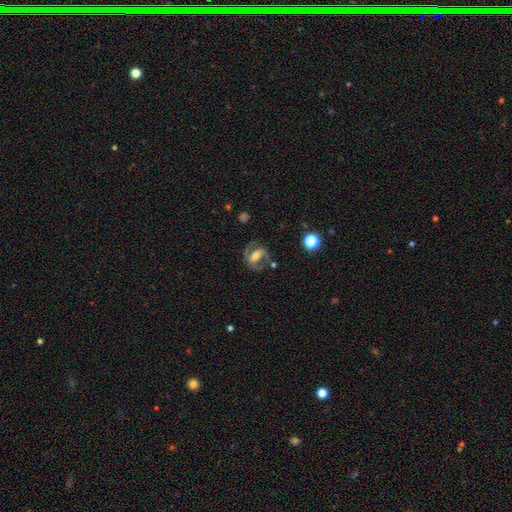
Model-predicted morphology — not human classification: Smooth or featured? featured or disk (69%)
Edge-on disk? no (94%)
Bar? strong (45%)
Spiral arms? yes (74%)
Bulge size? moderate (60%)
Merging? none (61%)